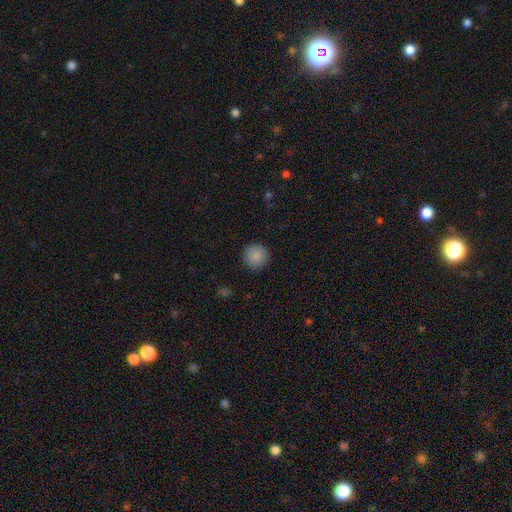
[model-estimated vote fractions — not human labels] A smooth galaxy with no disk features (88%) that is round (95%). Merging: none (91%).